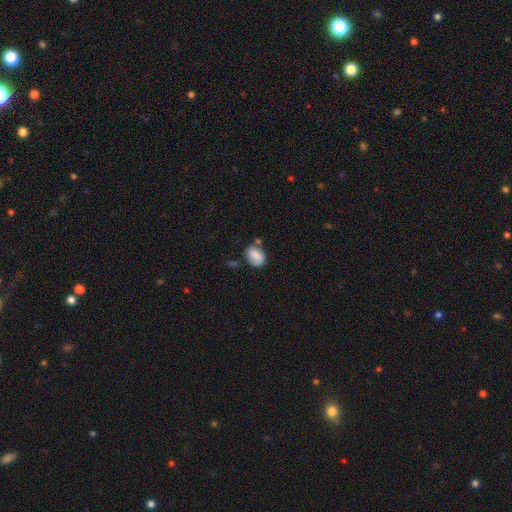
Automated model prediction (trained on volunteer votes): A smooth galaxy with no disk features (84%) that is in between round and cigar-shaped (81%).

Vote fractions:
- Smooth or featured? smooth: 84% / featured or disk: 8% / star or artifact: 8%
- How rounded? in between: 81% / round: 17% / cigar-shaped: 1%
- Merging? none: 63% / minor disturbance: 21% / merger: 11% / major disturbance: 5%